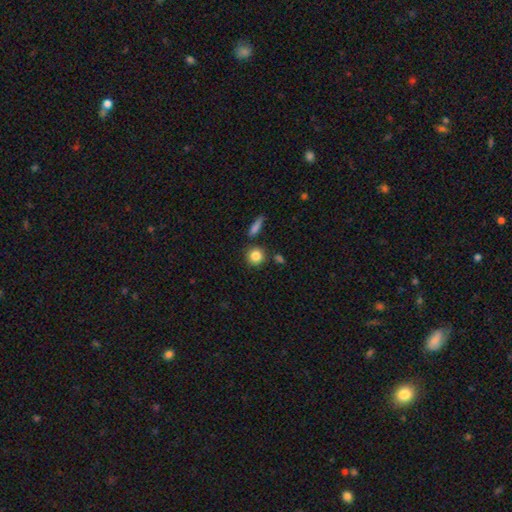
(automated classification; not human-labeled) Smooth or featured?
  - smooth: 85% *
  - star or artifact: 9%
  - featured or disk: 6%
How rounded?
  - round: 88% *
  - in between: 10%
  - cigar-shaped: 2%
Merging?
  - none: 81% *
  - minor disturbance: 9%
  - merger: 7%
  - major disturbance: 3%